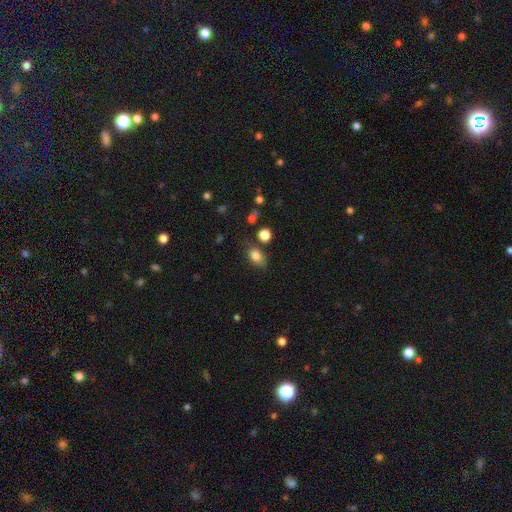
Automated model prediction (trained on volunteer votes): Morphology: type=smooth (81%); roundness=in between (80%); merging=none (68%).